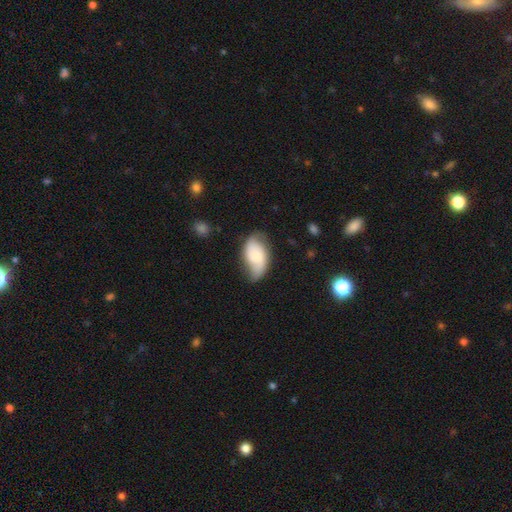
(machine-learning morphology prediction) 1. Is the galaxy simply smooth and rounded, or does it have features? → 47% smooth, 46% featured or disk, 7% star or artifact.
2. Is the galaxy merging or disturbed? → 50% none, 34% minor disturbance, 14% major disturbance, 3% merger.